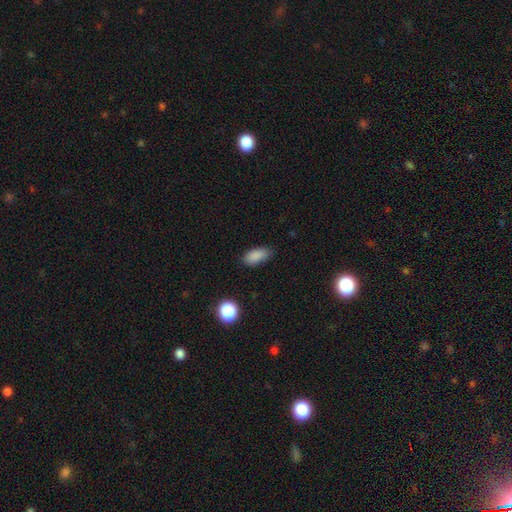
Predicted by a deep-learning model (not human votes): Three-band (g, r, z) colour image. It shows a smooth galaxy with no disk features (86%) that is in between round and cigar-shaped (87%). Merging: none (77%).